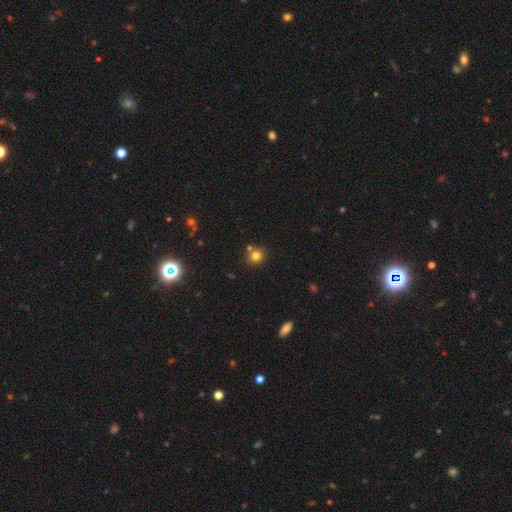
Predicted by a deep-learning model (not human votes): Smooth or featured: smooth — 78% (star or artifact — 14%)
How rounded: round — 85% (in between — 14%)
Merging: none — 72% (merger — 15%)